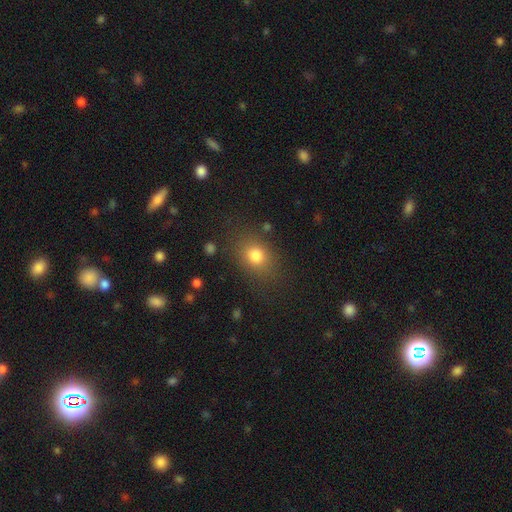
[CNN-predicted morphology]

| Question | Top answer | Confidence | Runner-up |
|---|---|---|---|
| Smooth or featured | smooth | 78% | star or artifact (12%) |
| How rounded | in between | 56% | round (42%) |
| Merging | none | 78% | minor disturbance (14%) |